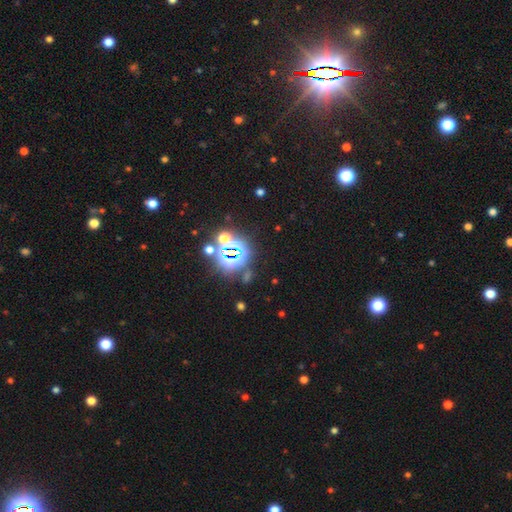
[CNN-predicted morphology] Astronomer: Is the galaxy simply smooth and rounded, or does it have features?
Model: star or artifact — 85%.